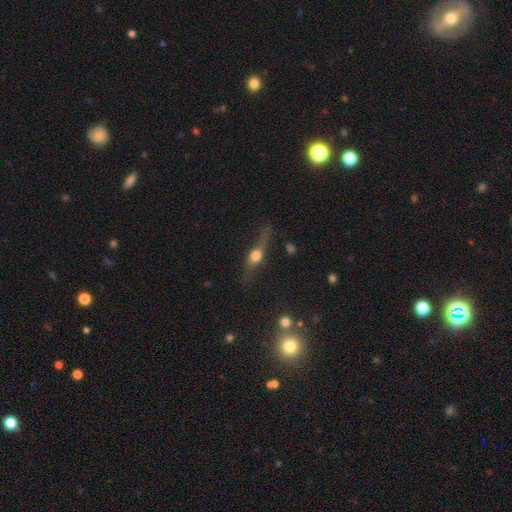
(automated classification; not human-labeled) Q: Smooth or featured?
A: featured or disk (59%); runner-up: smooth (31%)
Q: Edge-on disk?
A: yes (86%); runner-up: no (14%)
Q: Edge-on bulge?
A: rounded (93%); runner-up: boxy (5%)
Q: Merging?
A: none (68%); runner-up: minor disturbance (18%)